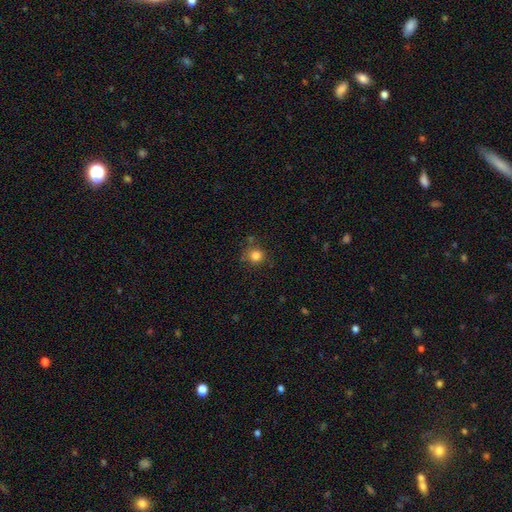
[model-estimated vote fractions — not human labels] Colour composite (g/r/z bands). It shows a smooth galaxy with no disk features (82%) that is round (92%). Merging: none (75%).